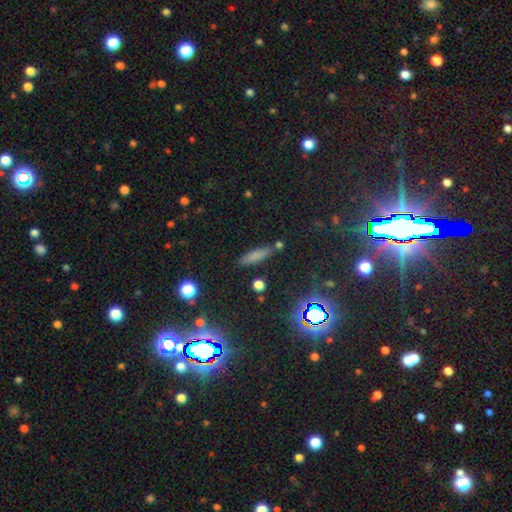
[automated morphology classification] type=smooth (70%); roundness=cigar-shaped (73%); merging=none (80%).